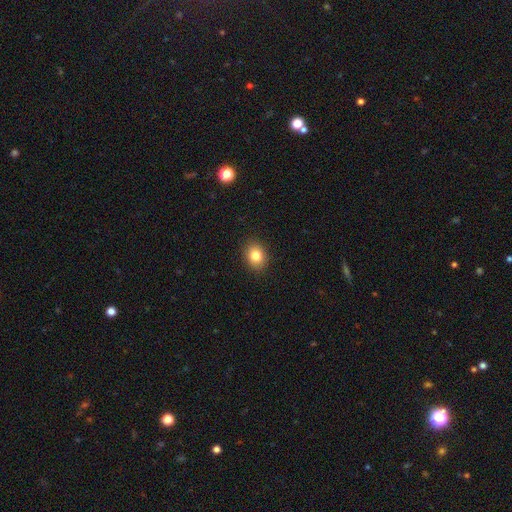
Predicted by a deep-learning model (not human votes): smooth-or-featured: smooth: 83% | star or artifact: 10% | featured or disk: 7%
  how-rounded: in between: 52% | round: 47% | cigar-shaped: 1%
  merging: none: 90% | minor disturbance: 7% | major disturbance: 2% | merger: 1%